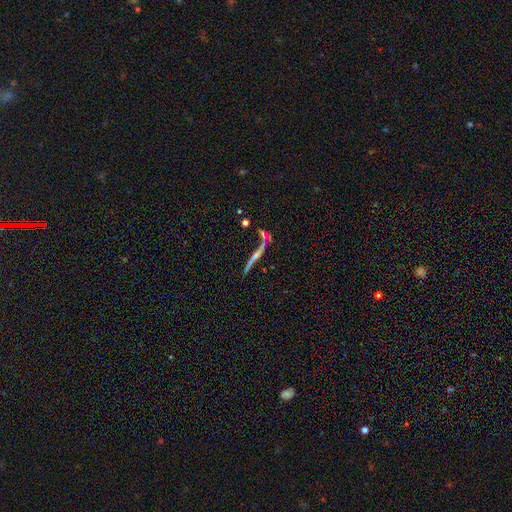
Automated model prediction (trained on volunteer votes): This is likely a featured or disk galaxy (74%). It is clearly viewed edge-on (93%). Edge-on bulge: likely rounded (74%). Merging: likely none (64%).